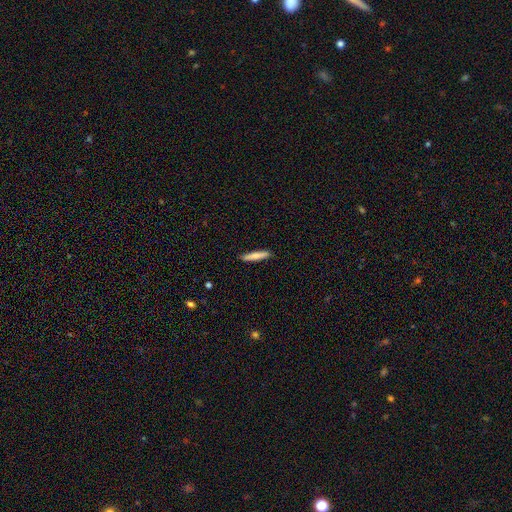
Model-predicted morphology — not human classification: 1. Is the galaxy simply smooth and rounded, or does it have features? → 70% smooth, 24% featured or disk, 6% star or artifact.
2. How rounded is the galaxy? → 90% cigar-shaped, 9% in between, 2% round.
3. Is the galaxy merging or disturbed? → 91% none, 7% minor disturbance, 1% major disturbance, 1% merger.